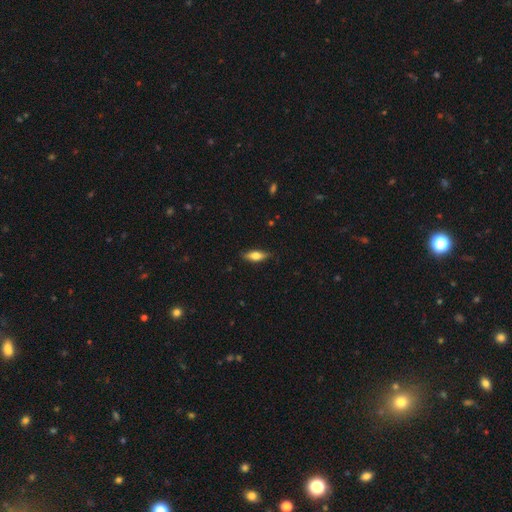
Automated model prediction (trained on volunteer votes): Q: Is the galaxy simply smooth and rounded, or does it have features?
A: smooth — 64%.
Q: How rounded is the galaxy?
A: in between — 64%.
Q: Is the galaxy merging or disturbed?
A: none — 83%.